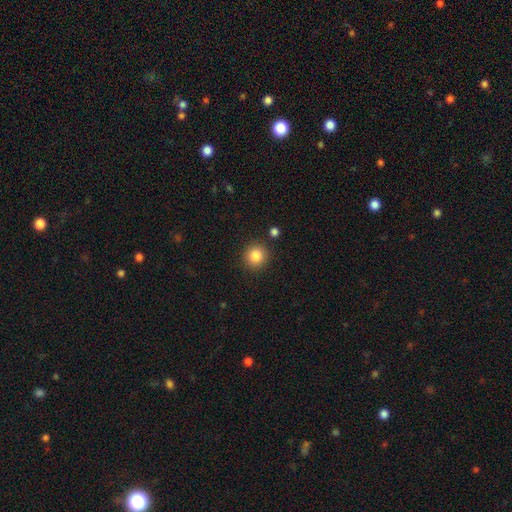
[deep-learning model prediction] smooth 85%, star or artifact 10%, featured or disk 5%. Down the decision tree: how rounded — round (93%); merging — none (90%).